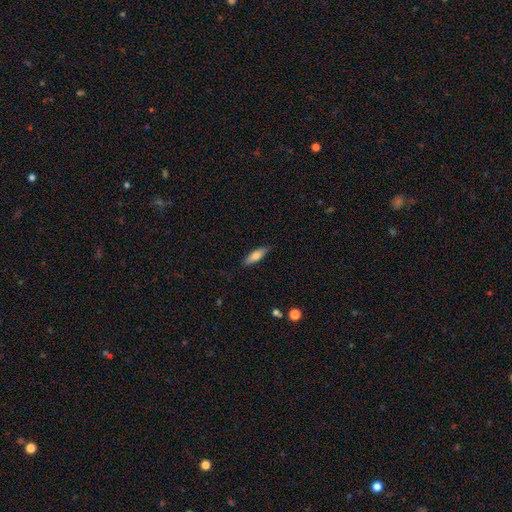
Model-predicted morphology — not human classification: Smooth or featured: smooth — 75% (featured or disk — 18%)
How rounded: in between — 56% (cigar-shaped — 42%)
Merging: none — 85% (minor disturbance — 12%)